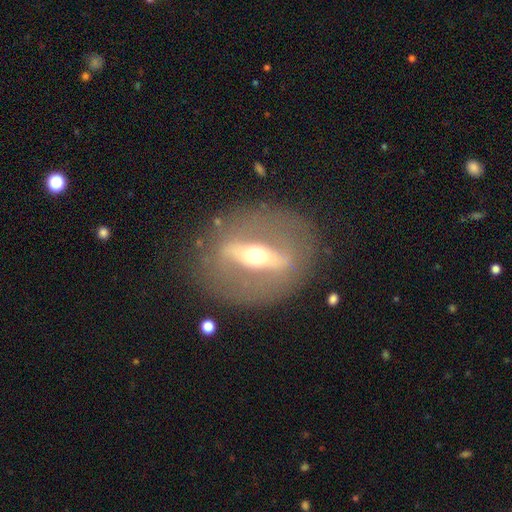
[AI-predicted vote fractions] Smooth or featured? featured or disk (76%)
Edge-on disk? no (58%)
Merging? none (80%)